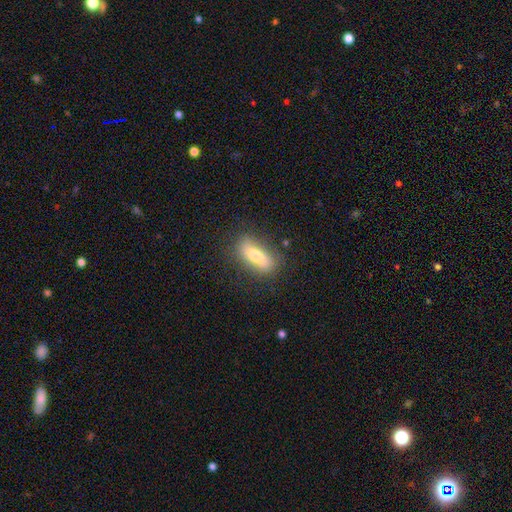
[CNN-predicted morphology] Smooth or featured: smooth — 70% (featured or disk — 22%)
How rounded: in between — 68% (cigar-shaped — 28%)
Merging: none — 77% (minor disturbance — 16%)